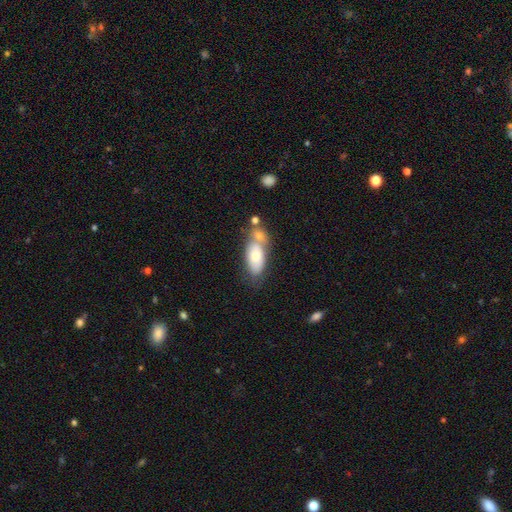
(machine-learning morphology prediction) This is likely a smooth galaxy (66%). How rounded: clearly in between (88%). Merging: possibly merger (46%).